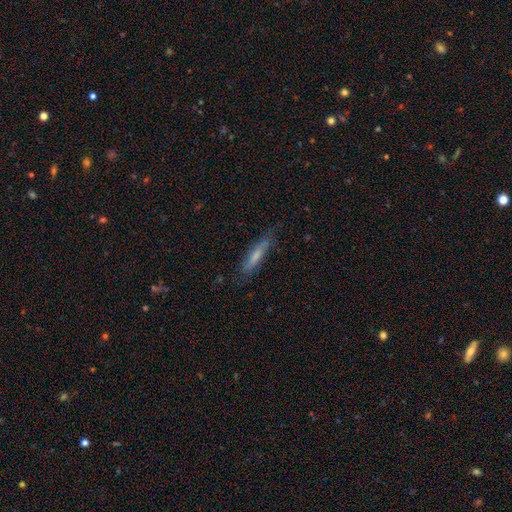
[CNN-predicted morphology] Overall: smooth (61%; featured or disk 31%). How rounded: cigar-shaped (84%). Merging: none (73%).